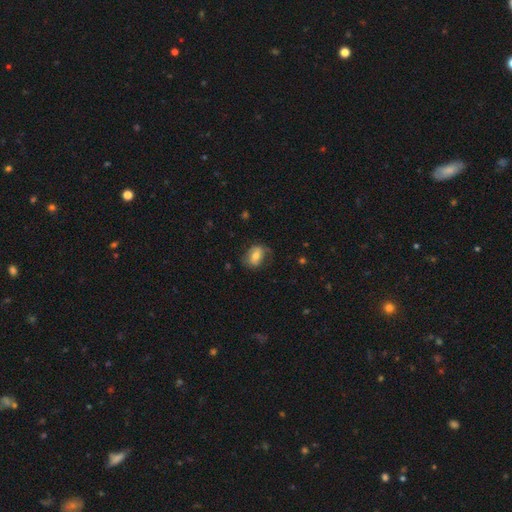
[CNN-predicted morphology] smooth 62%, featured or disk 30%, star or artifact 8%. Down the decision tree: how rounded — in between (71%); merging — none (65%).